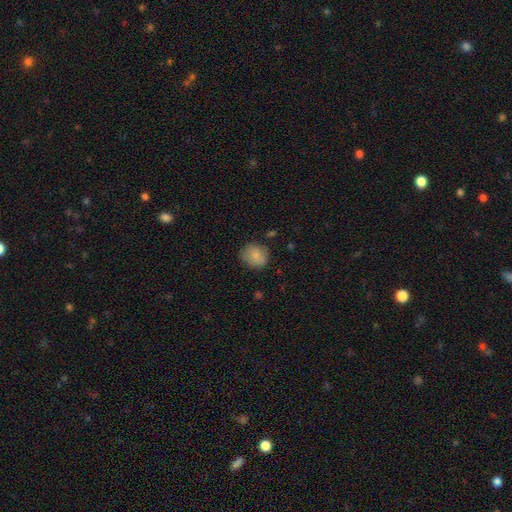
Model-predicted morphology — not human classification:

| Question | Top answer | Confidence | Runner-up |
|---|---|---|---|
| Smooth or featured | smooth | 84% | star or artifact (8%) |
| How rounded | round | 79% | in between (20%) |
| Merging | none | 78% | minor disturbance (16%) |